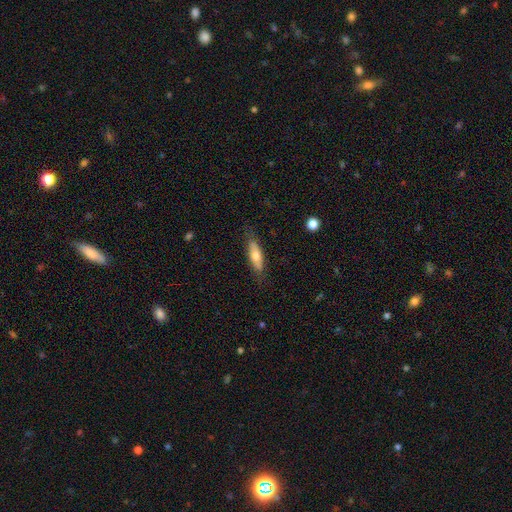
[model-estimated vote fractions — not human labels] A smooth galaxy with no disk features (63%) that is cigar-shaped (50%).

Vote fractions:
- Smooth or featured? smooth: 63% / featured or disk: 31% / star or artifact: 6%
- How rounded? cigar-shaped: 50% / in between: 48% / round: 2%
- Merging? none: 78% / minor disturbance: 17% / major disturbance: 4% / merger: 1%